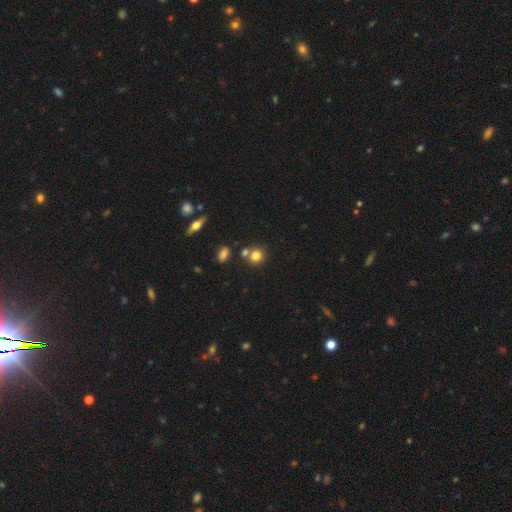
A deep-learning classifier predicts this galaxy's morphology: Smooth or featured? Predicted: smooth (p=0.77). How rounded? Predicted: round (p=0.84). Merging? Predicted: none (p=0.65).